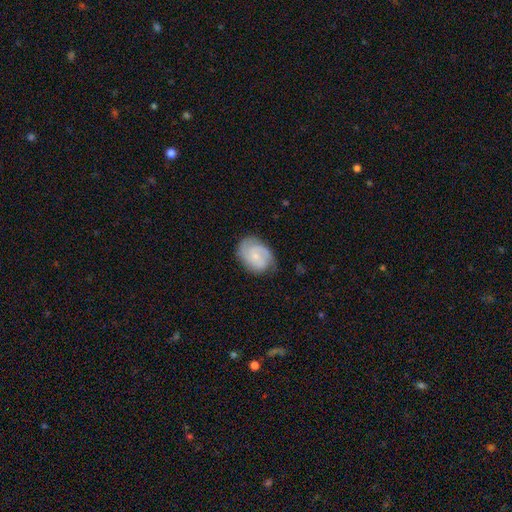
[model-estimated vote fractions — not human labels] Morphology: type=featured or disk (64%); edge-on=no (97%); bar=no (67%); spiral arms=yes (92%); winding=tight (45%); arm count=2 (46%); bulge=small (69%); merging=none (68%).